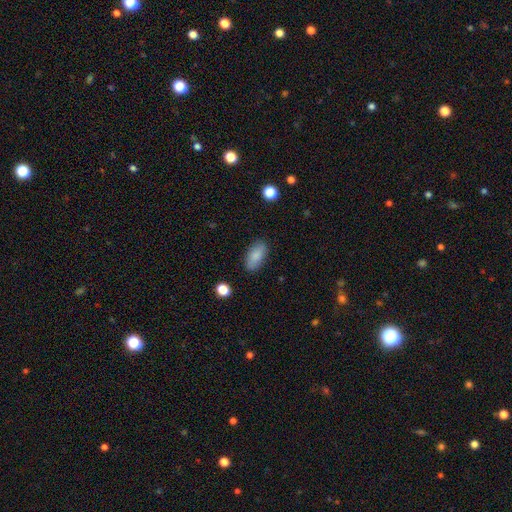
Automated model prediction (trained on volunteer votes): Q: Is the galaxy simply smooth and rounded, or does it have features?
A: smooth — 85%.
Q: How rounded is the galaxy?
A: in between — 90%.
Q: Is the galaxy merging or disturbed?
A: none — 85%.